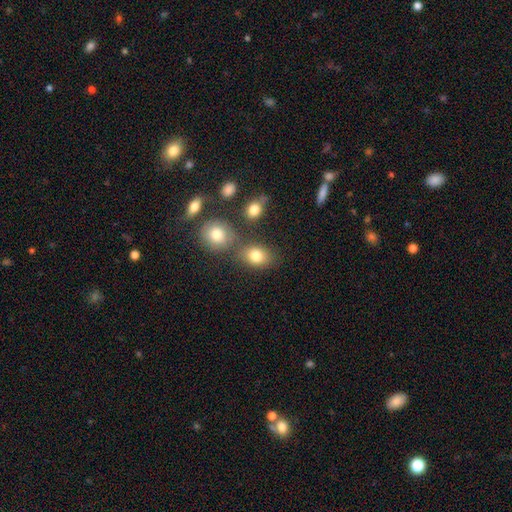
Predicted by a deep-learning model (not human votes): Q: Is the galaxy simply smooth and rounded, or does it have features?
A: smooth — 81%.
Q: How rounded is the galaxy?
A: in between — 58%.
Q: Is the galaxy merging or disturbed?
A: none — 64%.